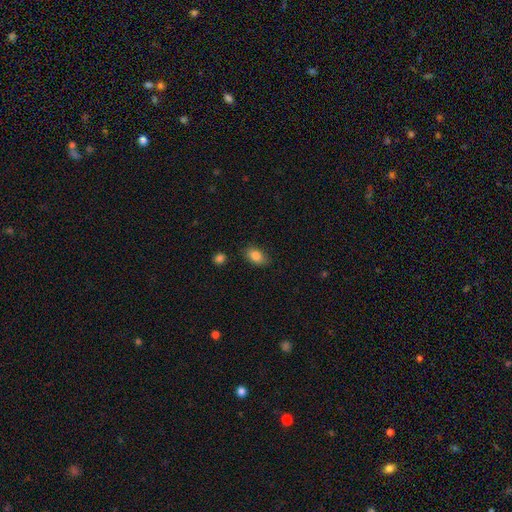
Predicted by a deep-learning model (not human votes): smooth-or-featured: smooth: 85% | star or artifact: 8% | featured or disk: 7%
  how-rounded: in between: 87% | round: 10% | cigar-shaped: 2%
  merging: none: 83% | minor disturbance: 12% | major disturbance: 3% | merger: 2%